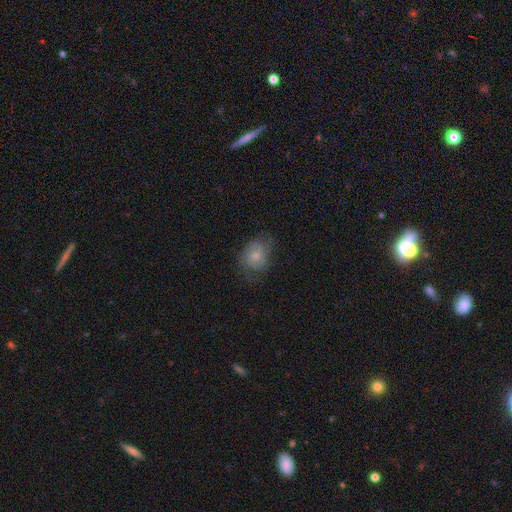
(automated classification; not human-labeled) Smooth or featured? smooth (61%)
How rounded? in between (53%)
Merging? none (55%)